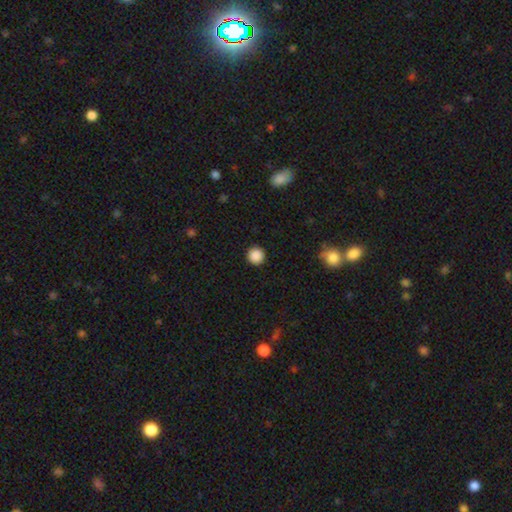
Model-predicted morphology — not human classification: A smooth galaxy with no disk features (88%) that is round (96%). Merging: none (93%).